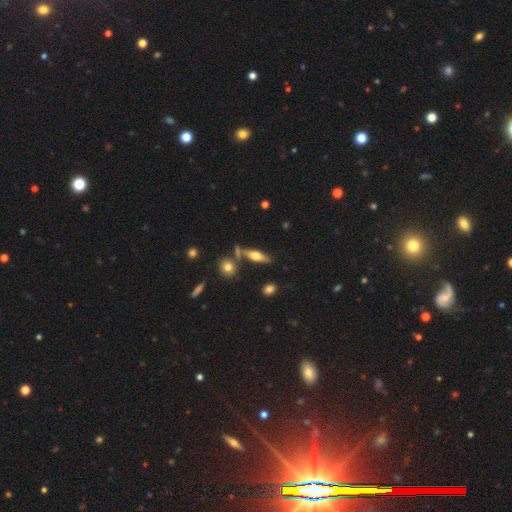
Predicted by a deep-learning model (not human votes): smooth-or-featured: featured or disk: 54% | smooth: 38% | star or artifact: 8%
  disk-edge-on: yes: 91% | no: 9%
  merging: none: 70% | merger: 14% | minor disturbance: 13% | major disturbance: 4%